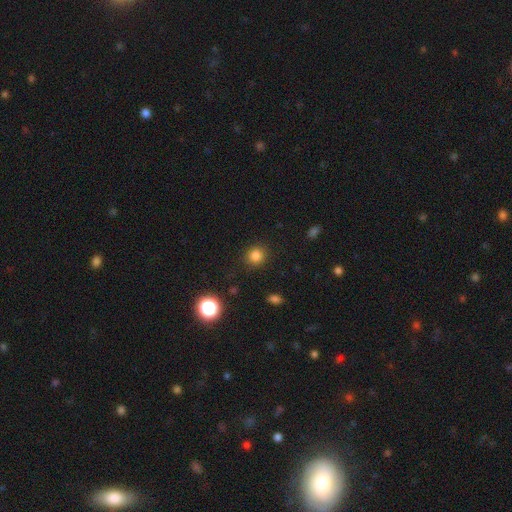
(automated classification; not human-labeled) Morphology: type=smooth (82%); roundness=round (89%); merging=none (89%).